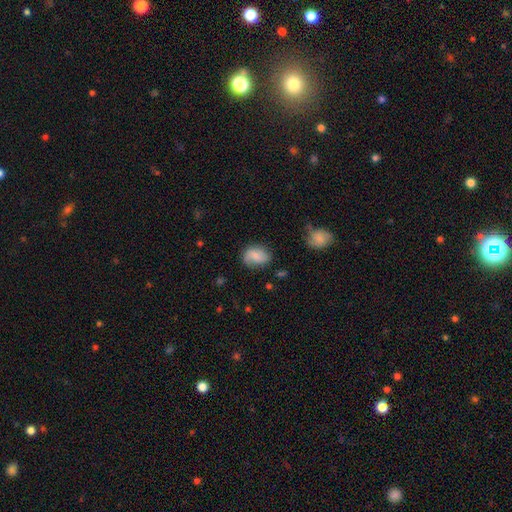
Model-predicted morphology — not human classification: The model was most divided on "merging": none: 63%, minor disturbance: 25%, major disturbance: 9%, merger: 2%. More confident: how rounded — in between (70%); smooth or featured — smooth (66%).